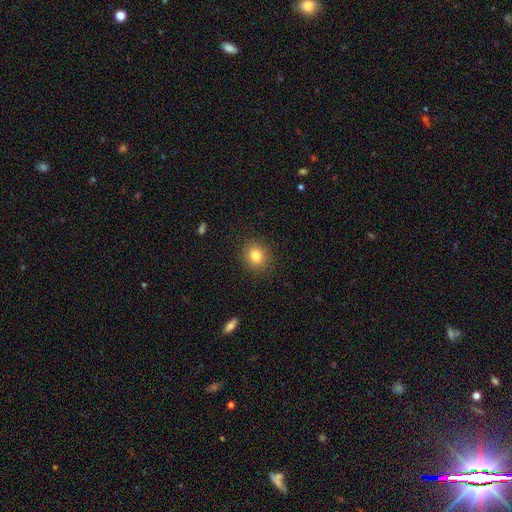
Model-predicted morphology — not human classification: A smooth galaxy with no disk features (83%) that is round (74%). Merging: none (88%).